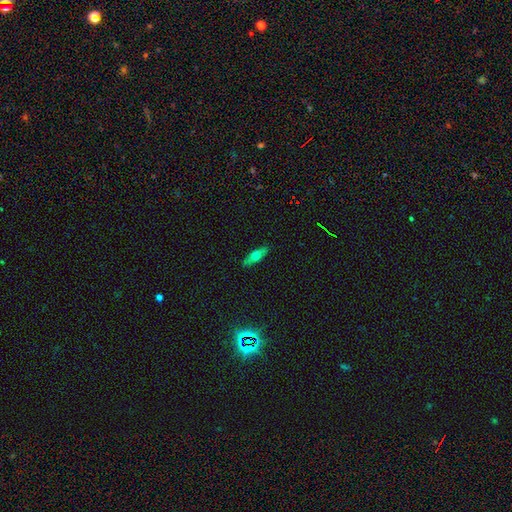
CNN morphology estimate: This is possibly a smooth galaxy (52%). How rounded: possibly cigar-shaped (52%). Merging: clearly none (88%).